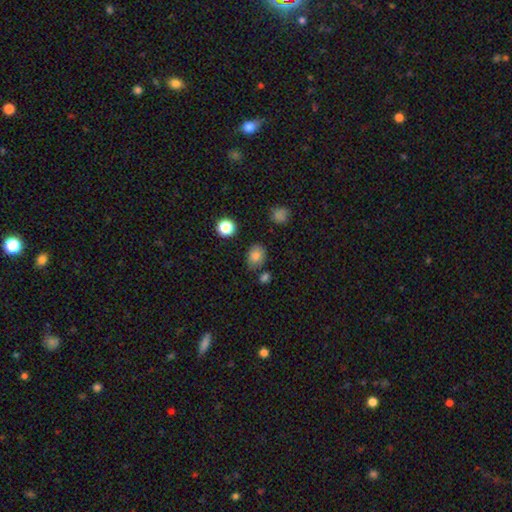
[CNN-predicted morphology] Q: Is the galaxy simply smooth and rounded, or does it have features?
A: smooth — 80%.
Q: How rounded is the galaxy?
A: in between — 56%.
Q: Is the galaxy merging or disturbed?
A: none — 75%.